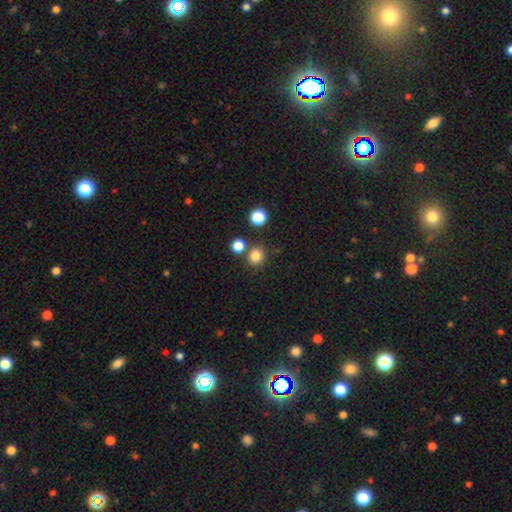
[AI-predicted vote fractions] Overall: smooth (81%). How rounded: round (84%). Merging: none (76%).